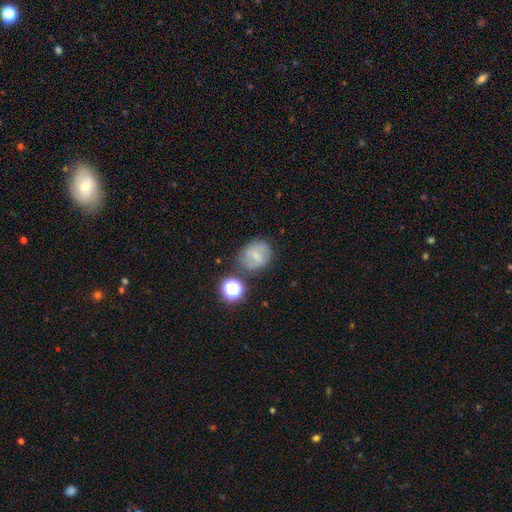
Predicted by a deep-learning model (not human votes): The model was most divided on "smooth or featured": smooth: 53%, featured or disk: 33%, star or artifact: 14%. More confident: merging — none (69%); how rounded — round (64%).